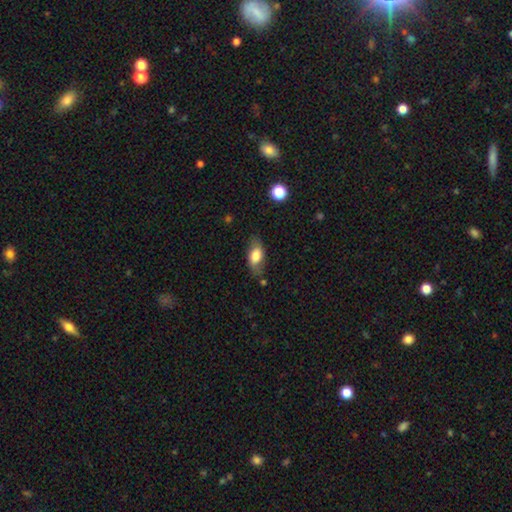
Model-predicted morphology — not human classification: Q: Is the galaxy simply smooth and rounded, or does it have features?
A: smooth — 69%.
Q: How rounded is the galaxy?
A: in between — 87%.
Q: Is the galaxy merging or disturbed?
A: none — 70%.